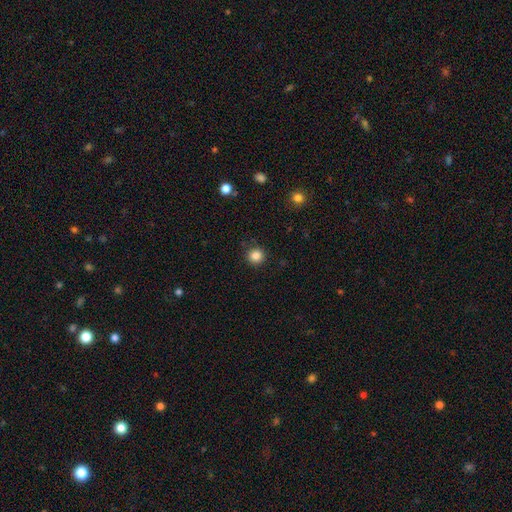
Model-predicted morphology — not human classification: smooth-or-featured: smooth: 84% | star or artifact: 11% | featured or disk: 4%
  how-rounded: round: 94% | in between: 5% | cigar-shaped: 1%
  merging: none: 90% | minor disturbance: 7% | major disturbance: 2% | merger: 1%